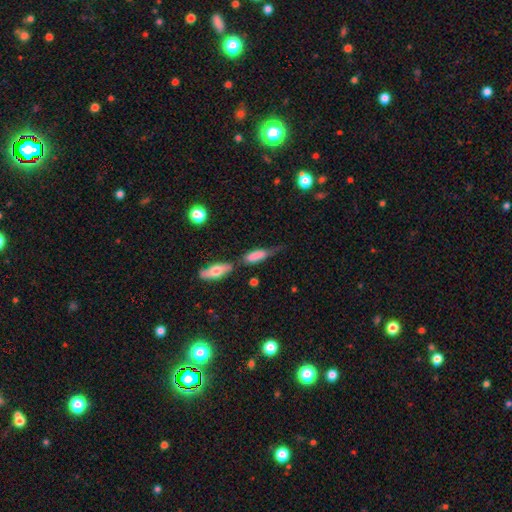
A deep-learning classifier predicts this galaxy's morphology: Overall: smooth (75%). How rounded: in between (55%; cigar-shaped 42%). Merging: none (38%; minor disturbance 27%).